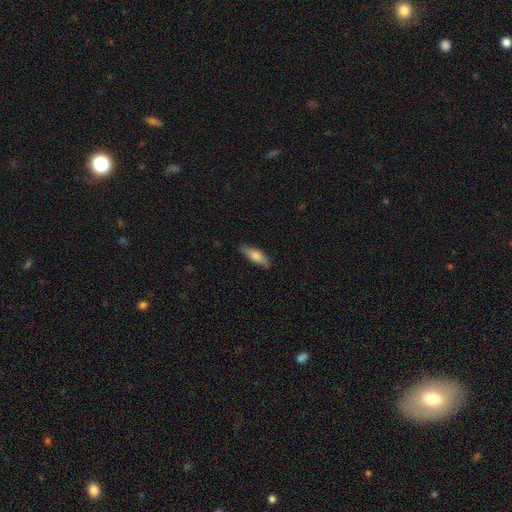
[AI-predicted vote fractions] Morphology: type=smooth (73%); roundness=in between (58%); merging=none (84%).